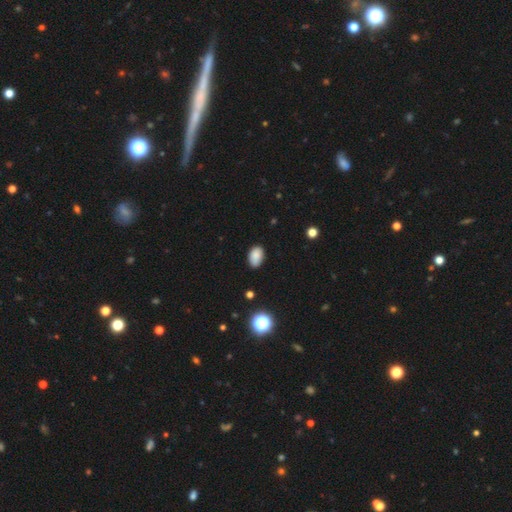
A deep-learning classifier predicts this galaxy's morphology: A smooth galaxy with no disk features (86%) that is in between round and cigar-shaped (89%).

Vote fractions:
- Smooth or featured? smooth: 86% / star or artifact: 10% / featured or disk: 4%
- How rounded? in between: 89% / round: 10% / cigar-shaped: 1%
- Merging? none: 81% / minor disturbance: 15% / major disturbance: 3% / merger: 1%